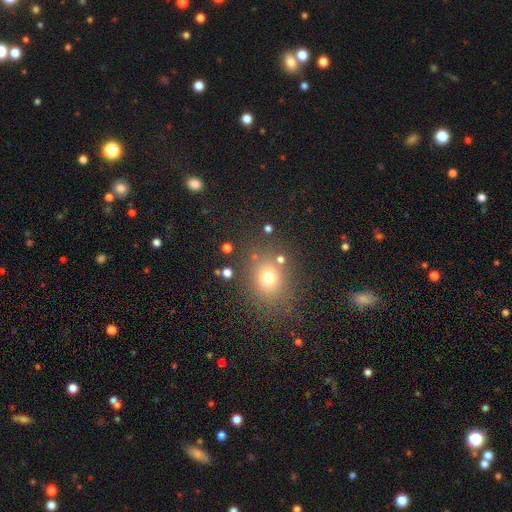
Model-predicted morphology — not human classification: Smooth or featured?
  - smooth: 62% *
  - star or artifact: 28%
  - featured or disk: 11%
How rounded?
  - round: 62% *
  - in between: 36%
  - cigar-shaped: 1%
Merging?
  - none: 80% *
  - minor disturbance: 10%
  - merger: 6%
  - major disturbance: 4%